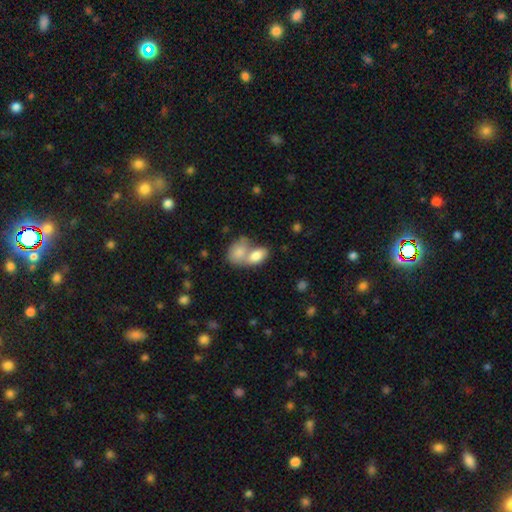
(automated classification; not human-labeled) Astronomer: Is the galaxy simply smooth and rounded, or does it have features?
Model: smooth — 81%.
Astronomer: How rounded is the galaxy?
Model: in between — 89%.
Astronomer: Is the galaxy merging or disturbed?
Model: merger — 69%.